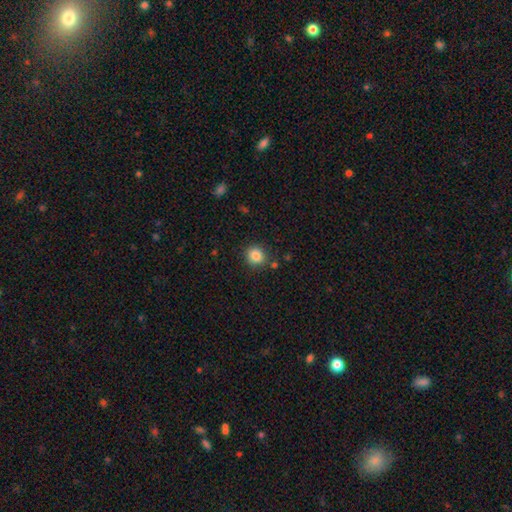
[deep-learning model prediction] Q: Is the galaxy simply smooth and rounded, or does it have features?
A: smooth — 84%.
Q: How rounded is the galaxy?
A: round — 87%.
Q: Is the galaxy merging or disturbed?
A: none — 85%.